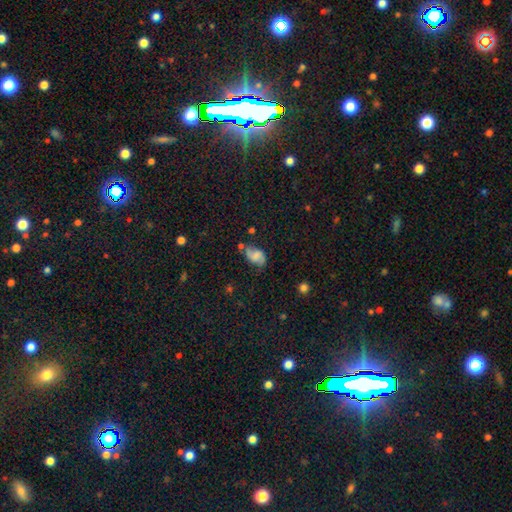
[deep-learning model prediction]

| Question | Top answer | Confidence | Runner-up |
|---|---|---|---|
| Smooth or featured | featured or disk | 51% | smooth (37%) |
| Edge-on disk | no | 97% | yes (3%) |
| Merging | none | 56% | minor disturbance (26%) |